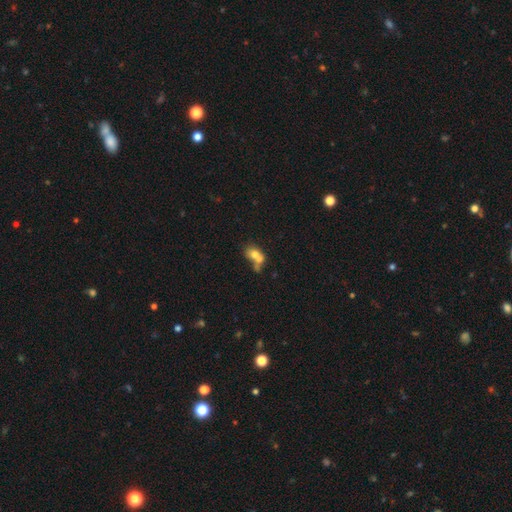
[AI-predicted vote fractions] Overall: smooth (68%). How rounded: in between (60%; round 38%). Merging: merger (64%).